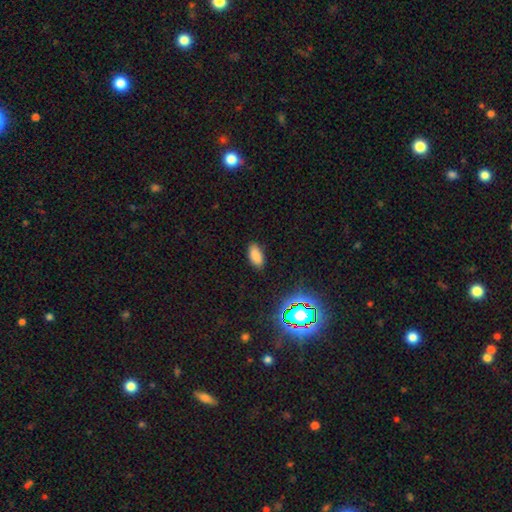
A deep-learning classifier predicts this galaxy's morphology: This is clearly a smooth galaxy (82%). How rounded: clearly in between (92%). Merging: clearly none (85%).